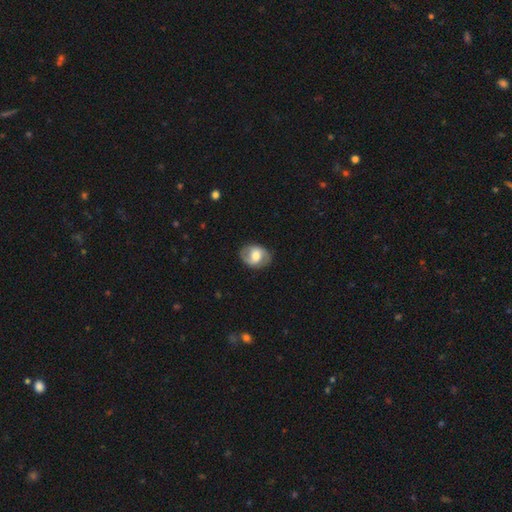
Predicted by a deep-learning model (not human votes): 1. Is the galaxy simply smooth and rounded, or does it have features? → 52% featured or disk, 41% smooth, 7% star or artifact.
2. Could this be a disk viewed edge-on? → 95% no, 5% yes.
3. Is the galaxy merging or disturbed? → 82% none, 13% minor disturbance, 4% major disturbance, 1% merger.